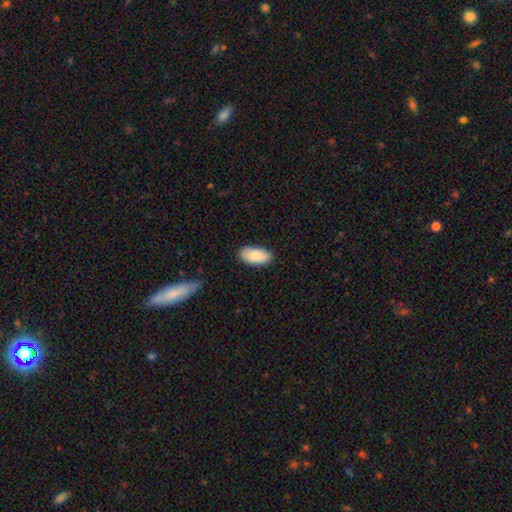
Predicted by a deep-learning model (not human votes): smooth-or-featured: smooth: 86% | featured or disk: 8% | star or artifact: 6%
  how-rounded: in between: 94% | cigar-shaped: 4% | round: 2%
  merging: none: 88% | minor disturbance: 9% | major disturbance: 2% | merger: 1%